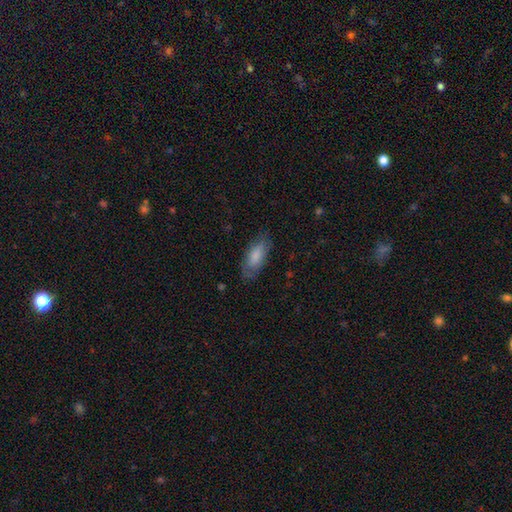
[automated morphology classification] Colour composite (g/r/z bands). It shows a smooth galaxy with no disk features (78%) that is in between round and cigar-shaped (82%). Merging: none (73%).